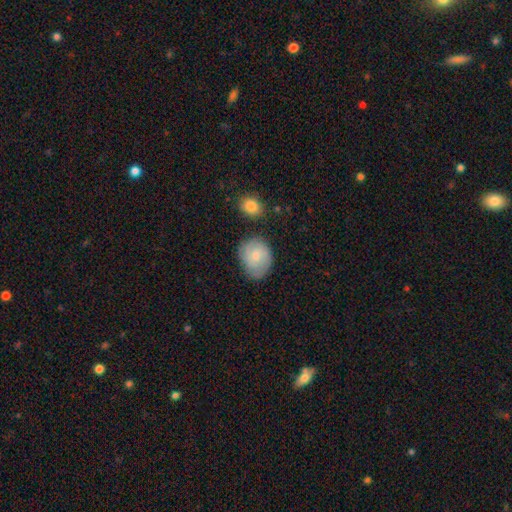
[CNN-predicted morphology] type=smooth (54%); roundness=round (61%); merging=none (71%).